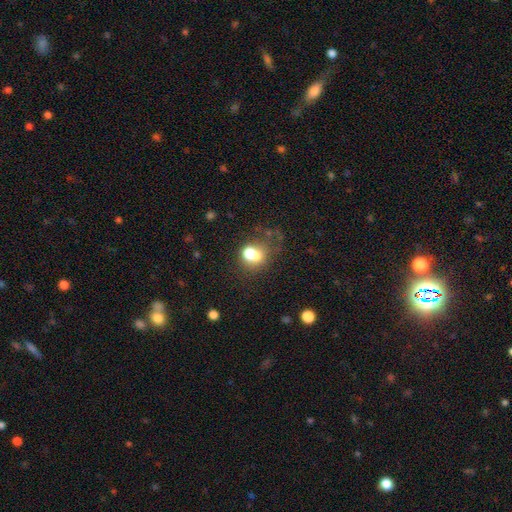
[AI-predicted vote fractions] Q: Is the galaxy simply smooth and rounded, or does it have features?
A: smooth — 67%.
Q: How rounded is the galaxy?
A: round — 61%.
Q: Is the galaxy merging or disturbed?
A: merger — 38%.